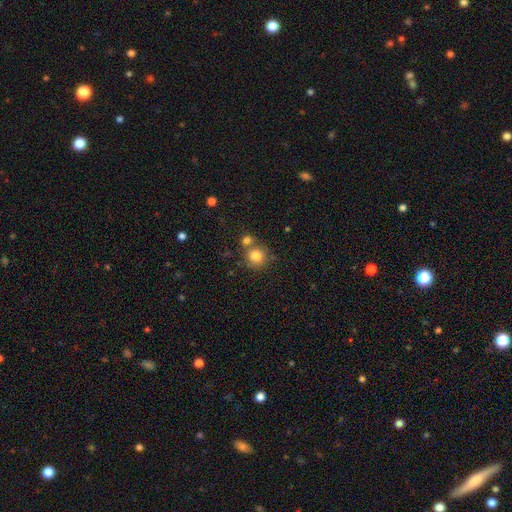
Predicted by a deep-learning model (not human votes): Q: Smooth or featured?
A: smooth (81%); runner-up: star or artifact (11%)
Q: How rounded?
A: round (89%); runner-up: in between (10%)
Q: Merging?
A: none (62%); runner-up: merger (24%)